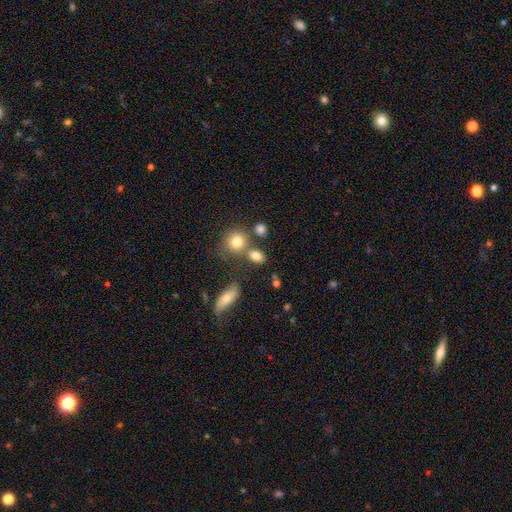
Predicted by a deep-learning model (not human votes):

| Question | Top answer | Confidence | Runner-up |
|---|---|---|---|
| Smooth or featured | smooth | 79% | star or artifact (11%) |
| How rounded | in between | 71% | round (25%) |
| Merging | none | 62% | merger (20%) |